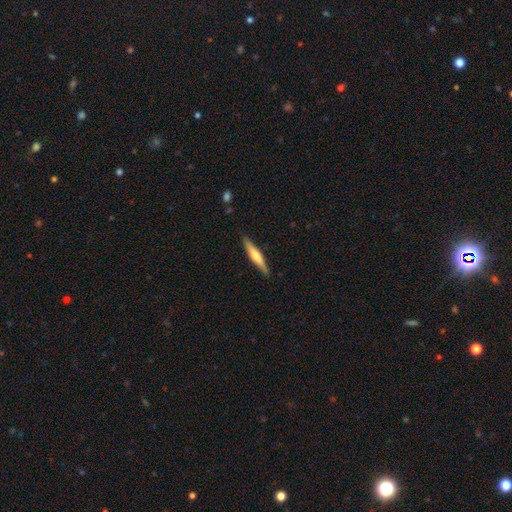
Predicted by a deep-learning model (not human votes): Smooth or featured? Predicted: featured or disk (p=0.50). Merging? Predicted: none (p=0.89).